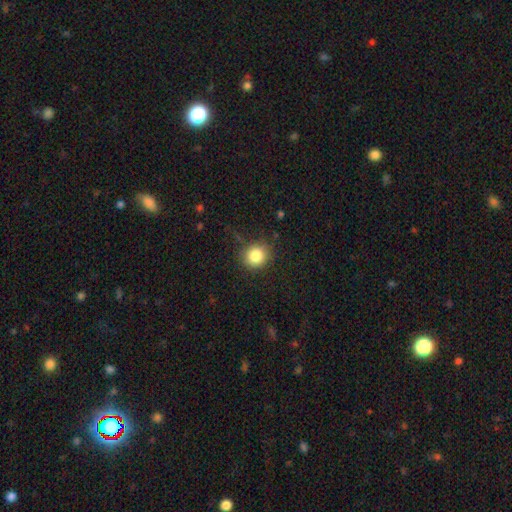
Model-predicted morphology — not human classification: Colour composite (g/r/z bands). It shows a smooth galaxy with no disk features (84%) that is round (85%). Merging: none (83%).